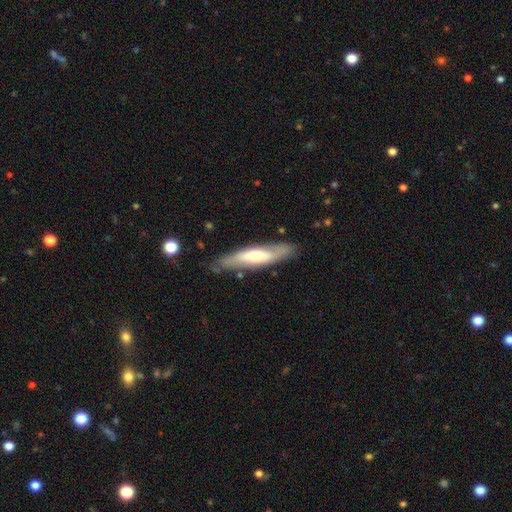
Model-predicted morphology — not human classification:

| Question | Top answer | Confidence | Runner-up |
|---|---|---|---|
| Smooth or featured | featured or disk | 55% | smooth (39%) |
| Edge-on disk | yes | 60% | no (40%) |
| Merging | none | 78% | minor disturbance (16%) |